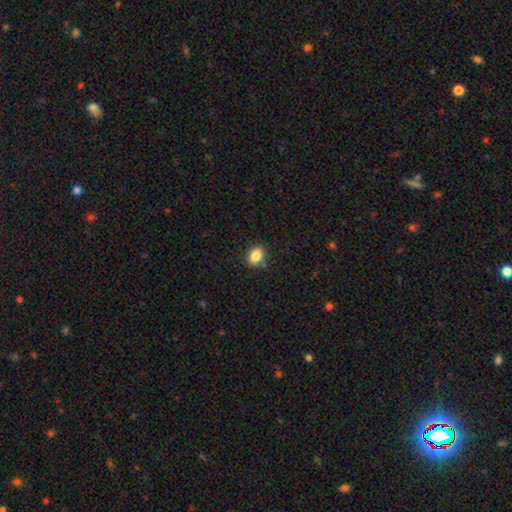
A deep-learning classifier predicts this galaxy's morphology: This is clearly a smooth galaxy (85%). How rounded: likely in between (77%). Merging: clearly none (85%).